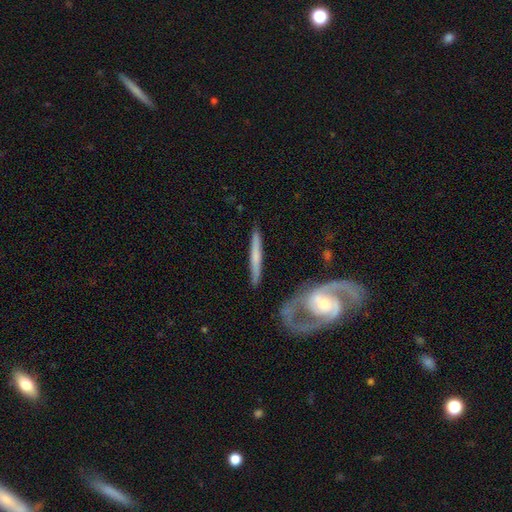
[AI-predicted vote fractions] Smooth or featured?
  - featured or disk: 56% *
  - smooth: 39%
  - star or artifact: 5%
Edge-on disk?
  - yes: 78% *
  - no: 22%
Merging?
  - none: 81% *
  - minor disturbance: 10%
  - merger: 5%
  - major disturbance: 4%